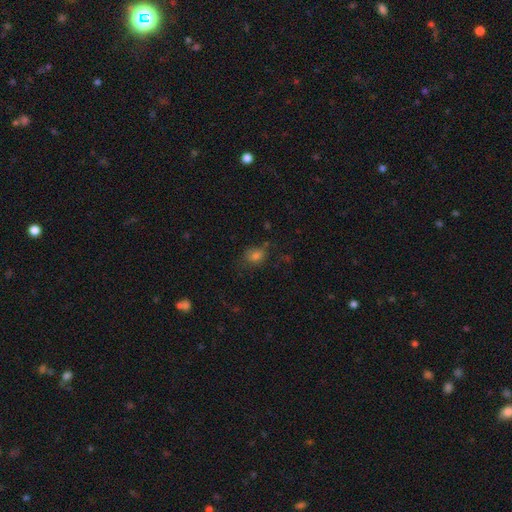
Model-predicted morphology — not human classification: A smooth galaxy with no disk features (71%) that is in between round and cigar-shaped (53%).

Vote fractions:
- Smooth or featured? smooth: 71% / star or artifact: 20% / featured or disk: 9%
- How rounded? in between: 53% / round: 46% / cigar-shaped: 1%
- Merging? none: 65% / minor disturbance: 21% / major disturbance: 9% / merger: 4%